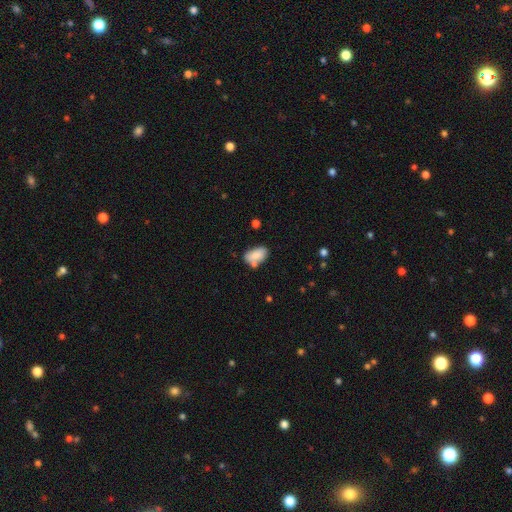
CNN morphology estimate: Smooth or featured: smooth — 80% (featured or disk — 12%)
How rounded: in between — 91% (round — 7%)
Merging: none — 53% (merger — 21%)